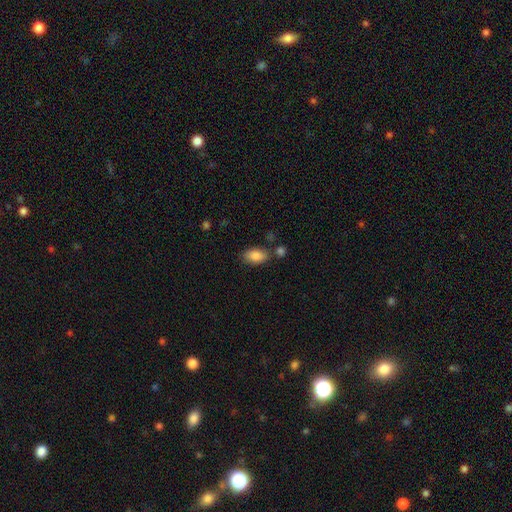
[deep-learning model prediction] Overall: smooth (86%). How rounded: in between (92%). Merging: none (74%).